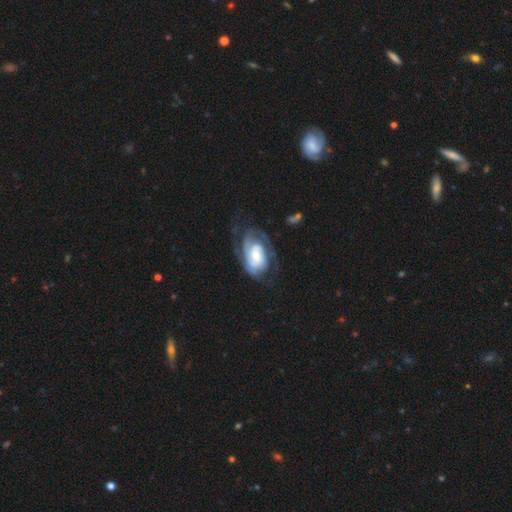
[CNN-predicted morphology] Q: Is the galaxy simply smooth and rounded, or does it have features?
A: featured or disk — 79%.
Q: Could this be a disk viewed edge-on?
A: no — 97%.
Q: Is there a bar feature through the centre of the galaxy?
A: no — 60%.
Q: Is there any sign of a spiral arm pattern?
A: yes — 92%.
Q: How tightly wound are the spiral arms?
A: tight — 56%.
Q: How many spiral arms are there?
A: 2 — 39%.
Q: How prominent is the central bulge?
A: moderate — 50%.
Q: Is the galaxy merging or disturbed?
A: none — 53%.